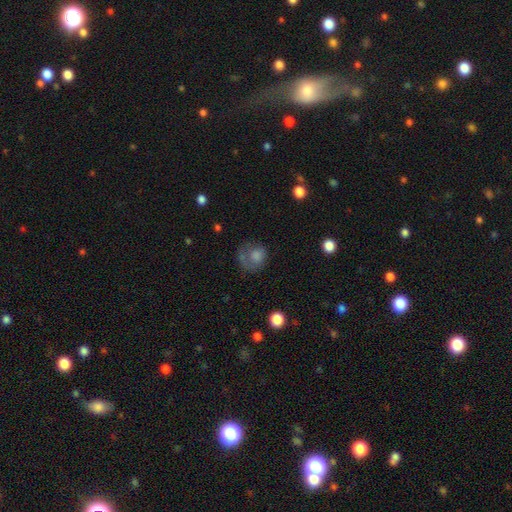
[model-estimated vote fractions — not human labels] Smooth or featured? smooth (58%)
How rounded? round (73%)
Merging? none (49%)